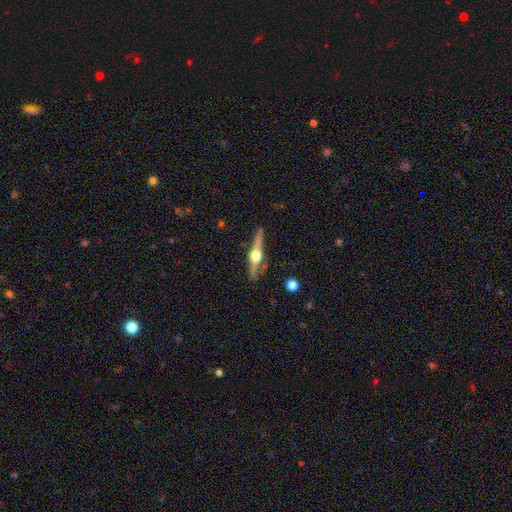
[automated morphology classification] Smooth or featured?
  - featured or disk: 81% *
  - smooth: 14%
  - star or artifact: 5%
Edge-on disk?
  - yes: 98% *
  - no: 2%
Edge-on bulge?
  - rounded: 96% *
  - boxy: 3%
  - none: 1%
Merging?
  - none: 86% *
  - minor disturbance: 10%
  - merger: 2%
  - major disturbance: 2%